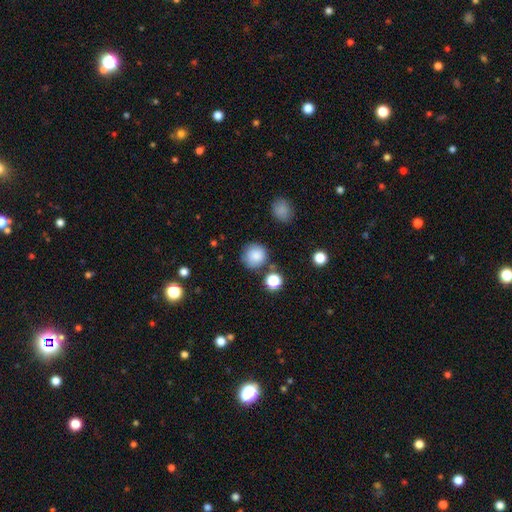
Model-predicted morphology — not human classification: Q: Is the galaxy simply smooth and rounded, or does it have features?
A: smooth — 85%.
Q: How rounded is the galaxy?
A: round — 92%.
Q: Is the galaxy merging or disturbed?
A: none — 78%.